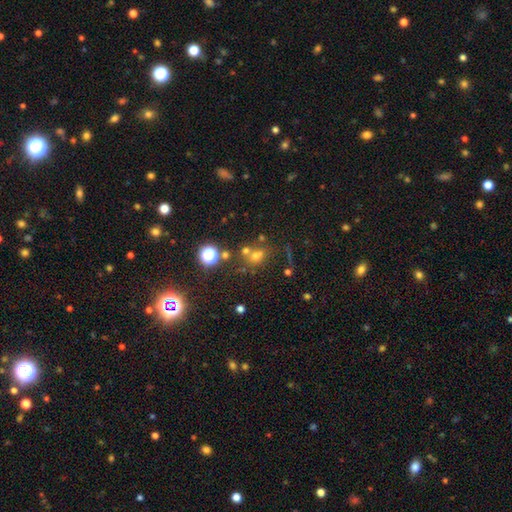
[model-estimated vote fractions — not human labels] Smooth or featured: smooth — 46% (star or artifact — 39%)
Merging: none — 52% (merger — 26%)